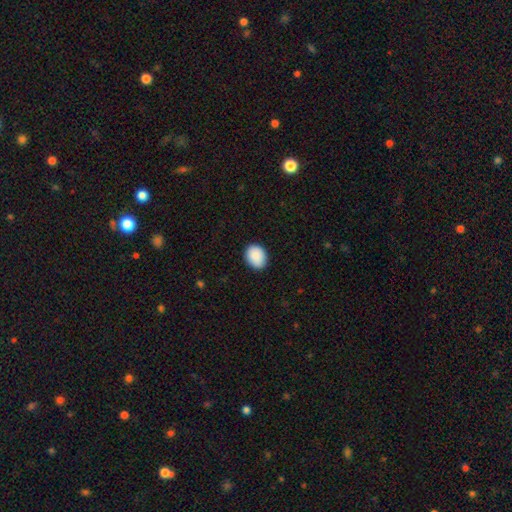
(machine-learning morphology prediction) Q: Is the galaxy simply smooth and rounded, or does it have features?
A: smooth — 90%.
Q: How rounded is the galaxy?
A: in between — 59%.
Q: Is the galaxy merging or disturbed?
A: none — 86%.